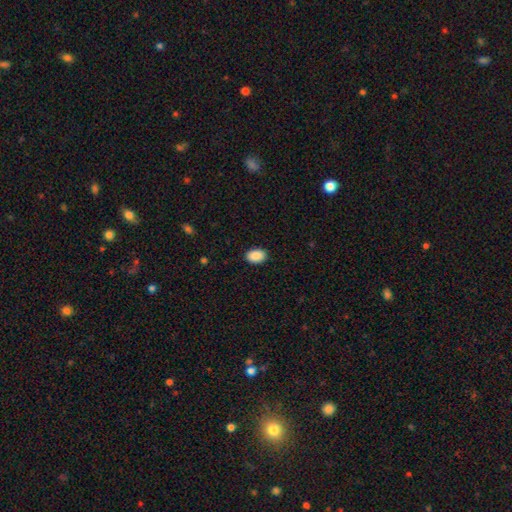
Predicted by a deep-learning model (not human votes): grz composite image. It shows a smooth galaxy with no disk features (90%) that is in between round and cigar-shaped (86%). Merging: none (90%).